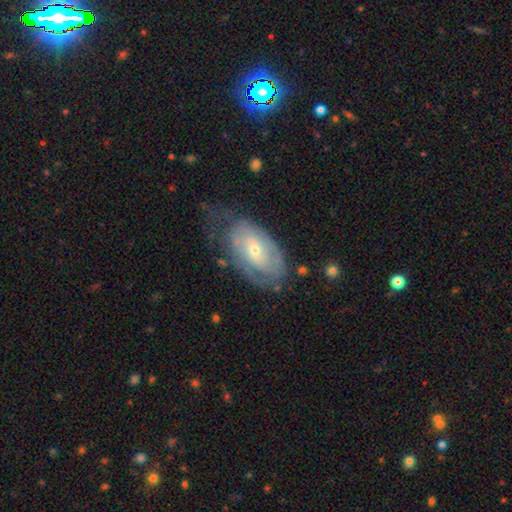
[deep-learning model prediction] Smooth or featured? Predicted: featured or disk (p=0.66). Edge-on disk? Predicted: no (p=0.93). Bar? Predicted: no (p=0.70). Spiral arms? Predicted: yes (p=0.68). Bulge size? Predicted: small (p=0.63). Merging? Predicted: none (p=0.49).